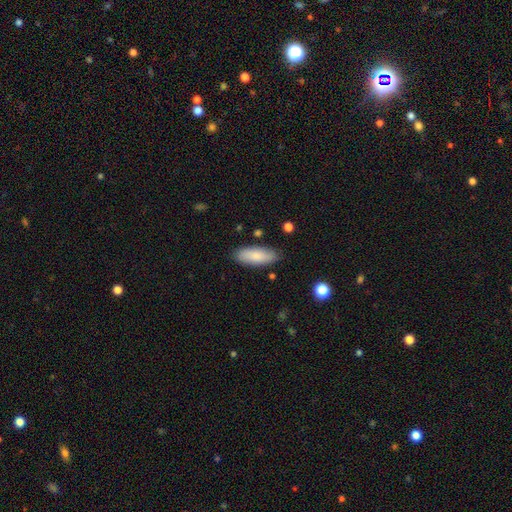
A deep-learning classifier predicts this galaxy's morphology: smooth_or_featured: smooth (p=0.83) [alt: featured or disk p=0.11]
how_rounded: in between (p=0.69) [alt: cigar-shaped p=0.29]
merging: none (p=0.85) [alt: minor disturbance p=0.11]